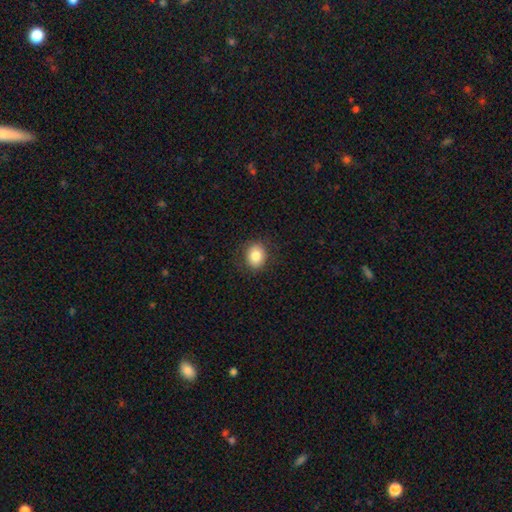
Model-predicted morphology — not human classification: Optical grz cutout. It shows a smooth galaxy with no disk features (83%) that is round (67%). Merging: none (86%).